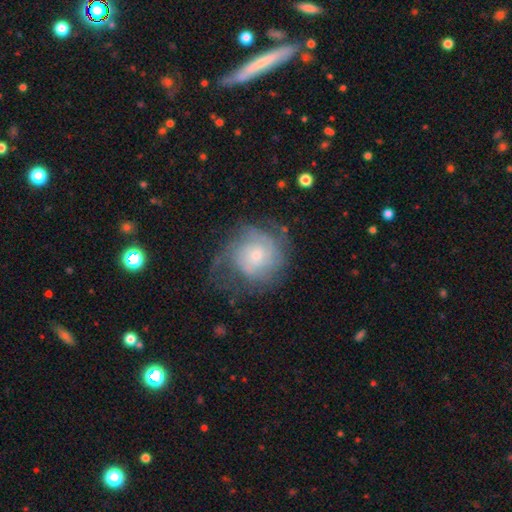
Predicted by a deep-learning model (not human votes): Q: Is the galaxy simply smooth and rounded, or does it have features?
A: featured or disk — 67%.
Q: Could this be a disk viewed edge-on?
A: no — 98%.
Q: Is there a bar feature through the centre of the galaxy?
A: no — 74%.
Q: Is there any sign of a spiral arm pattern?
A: yes — 84%.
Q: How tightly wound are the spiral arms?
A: tight — 52%.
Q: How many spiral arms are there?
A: can't tell — 46%.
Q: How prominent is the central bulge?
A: small — 50%.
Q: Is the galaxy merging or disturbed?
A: none — 52%.